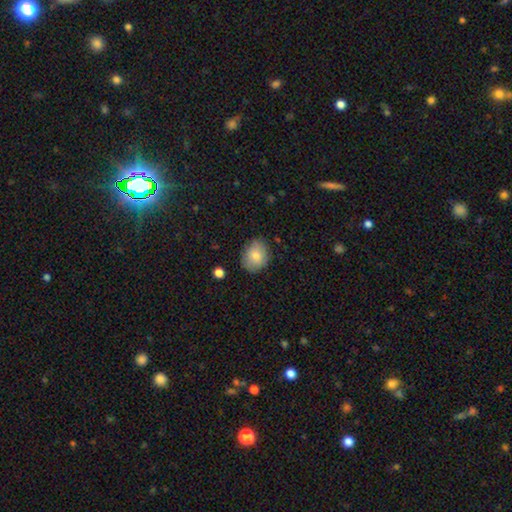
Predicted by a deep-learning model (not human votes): Smooth or featured? Predicted: smooth (p=0.81). How rounded? Predicted: in between (p=0.51). Merging? Predicted: none (p=0.78).